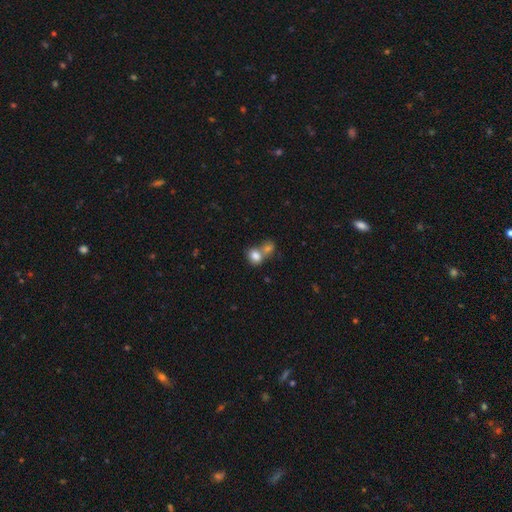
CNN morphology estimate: This is clearly a smooth galaxy (81%). How rounded: possibly round (52%). Merging: possibly merger (58%).